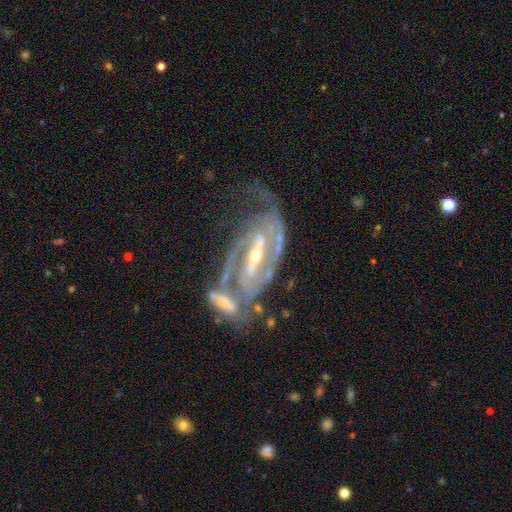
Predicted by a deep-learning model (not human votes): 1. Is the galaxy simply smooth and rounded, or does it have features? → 92% featured or disk, 5% star or artifact, 4% smooth.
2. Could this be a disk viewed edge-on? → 95% no, 5% yes.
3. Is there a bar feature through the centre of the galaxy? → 71% strong, 20% weak, 8% no.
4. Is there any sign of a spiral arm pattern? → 96% yes, 4% no.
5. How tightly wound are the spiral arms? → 44% medium, 42% tight, 13% loose.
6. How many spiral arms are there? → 82% 2, 7% can't tell, 5% 3, 2% 1, 2% 4, 2% more than 4.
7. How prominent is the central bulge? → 59% small, 38% moderate, 2% large, 1% none, 1% dominant.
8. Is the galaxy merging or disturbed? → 36% none, 30% merger, 18% minor disturbance, 16% major disturbance.